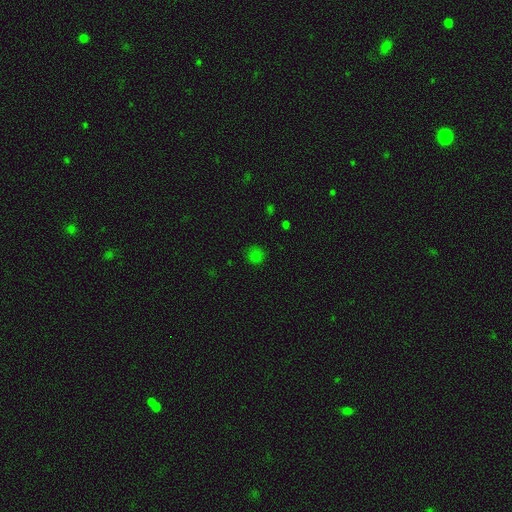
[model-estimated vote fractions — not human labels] smooth_or_featured: smooth (p=0.76) [alt: star or artifact p=0.19]
how_rounded: round (p=0.90) [alt: in between p=0.09]
merging: none (p=0.85) [alt: minor disturbance p=0.11]